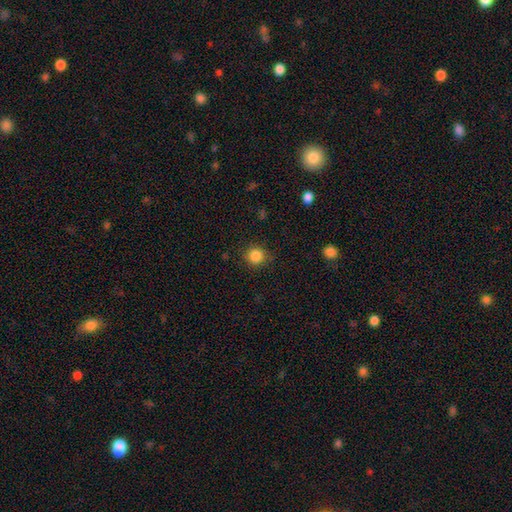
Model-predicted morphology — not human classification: Overall: smooth (86%). How rounded: round (92%). Merging: none (87%).